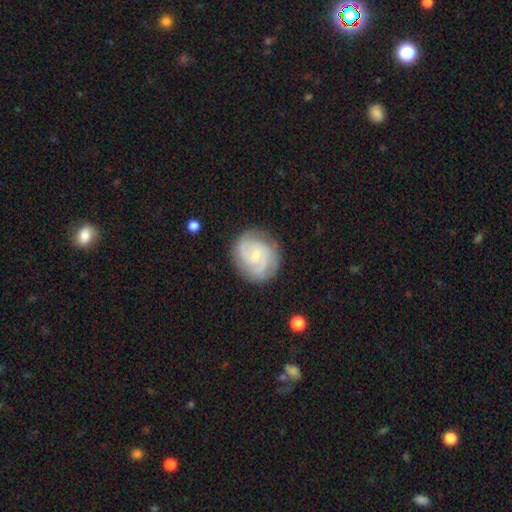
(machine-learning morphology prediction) featured or disk 80%, smooth 14%, star or artifact 6%. Down the decision tree: edge-on disk — no (98%); bar — no (55%); spiral arms — yes (96%); spiral arm count — 2 (48%); spiral winding — tight (50%); bulge size — small (76%); merging — none (80%).